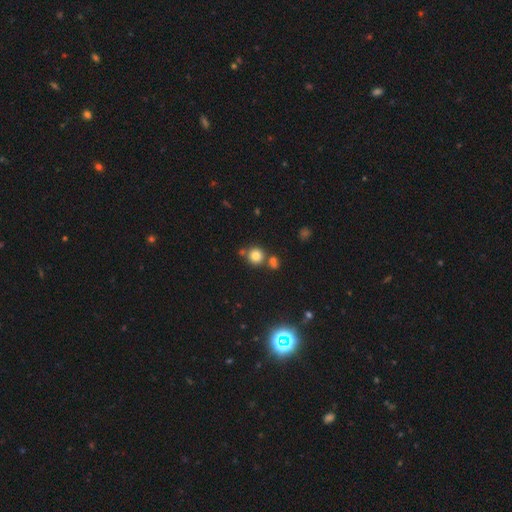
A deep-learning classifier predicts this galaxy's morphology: smooth-or-featured: smooth: 78% | star or artifact: 14% | featured or disk: 8%
  how-rounded: round: 90% | in between: 9% | cigar-shaped: 1%
  merging: none: 68% | merger: 19% | minor disturbance: 9% | major disturbance: 3%